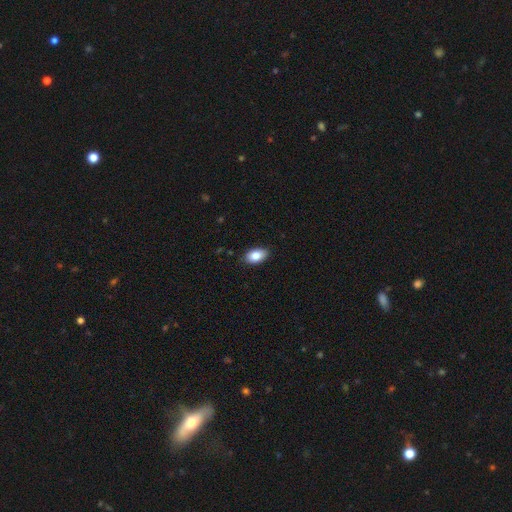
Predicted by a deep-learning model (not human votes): A smooth galaxy with no disk features (86%) that is in between round and cigar-shaped (92%). Merging: none (88%).